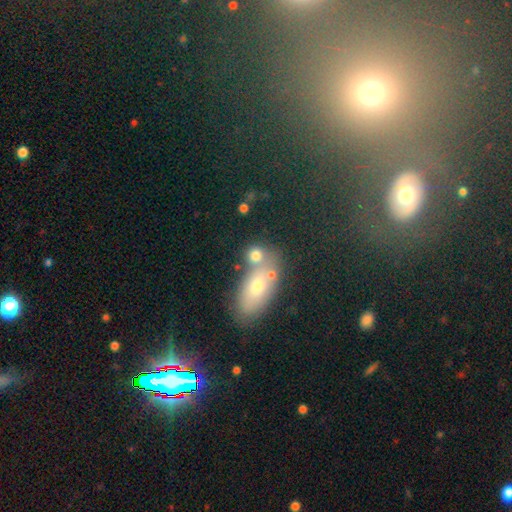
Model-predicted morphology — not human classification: smooth-or-featured: smooth: 73% | featured or disk: 14% | star or artifact: 13%
  how-rounded: round: 56% | in between: 40% | cigar-shaped: 4%
  merging: none: 48% | merger: 35% | minor disturbance: 11% | major disturbance: 6%